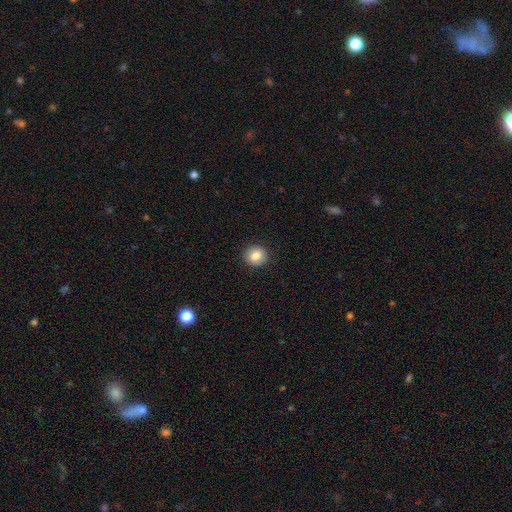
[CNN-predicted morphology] Smooth or featured: smooth — 84% (star or artifact — 9%)
How rounded: round — 82% (in between — 17%)
Merging: none — 90% (minor disturbance — 7%)